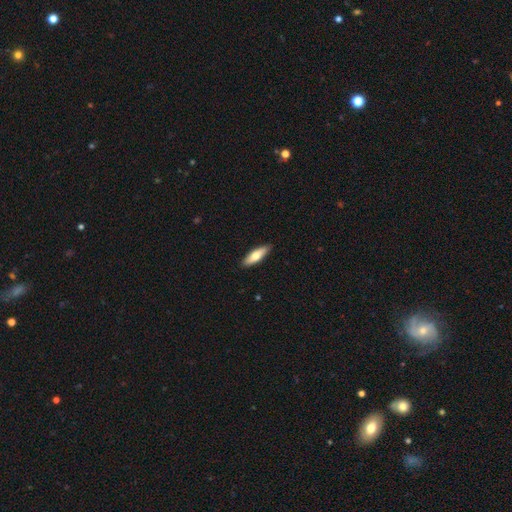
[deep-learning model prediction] Smooth or featured?
  - smooth: 68% *
  - featured or disk: 26%
  - star or artifact: 5%
How rounded?
  - cigar-shaped: 54% *
  - in between: 44%
  - round: 2%
Merging?
  - none: 89% *
  - minor disturbance: 8%
  - major disturbance: 1%
  - merger: 1%